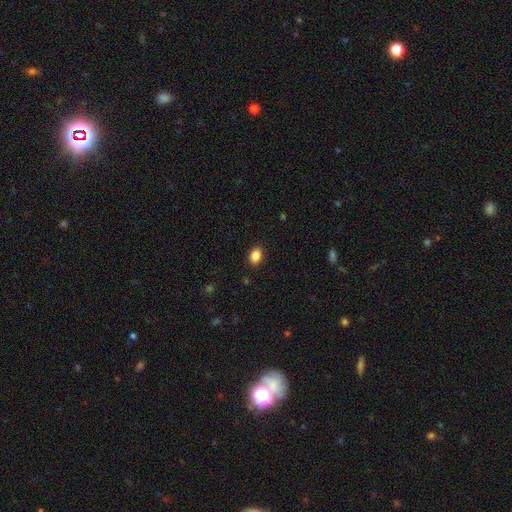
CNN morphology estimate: A smooth galaxy with no disk features (87%) that is in between round and cigar-shaped (75%).

Vote fractions:
- Smooth or featured? smooth: 87% / star or artifact: 9% / featured or disk: 4%
- How rounded? in between: 75% / round: 24% / cigar-shaped: 1%
- Merging? none: 89% / minor disturbance: 8% / major disturbance: 2% / merger: 1%